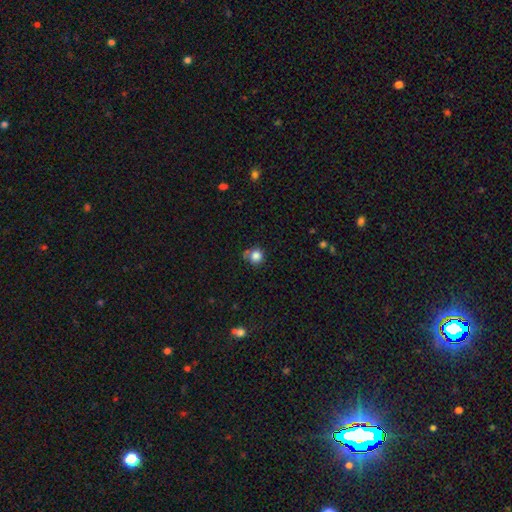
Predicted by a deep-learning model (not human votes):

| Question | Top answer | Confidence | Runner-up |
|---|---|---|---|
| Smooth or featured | smooth | 83% | star or artifact (11%) |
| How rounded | round | 87% | in between (12%) |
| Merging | none | 64% | minor disturbance (19%) |